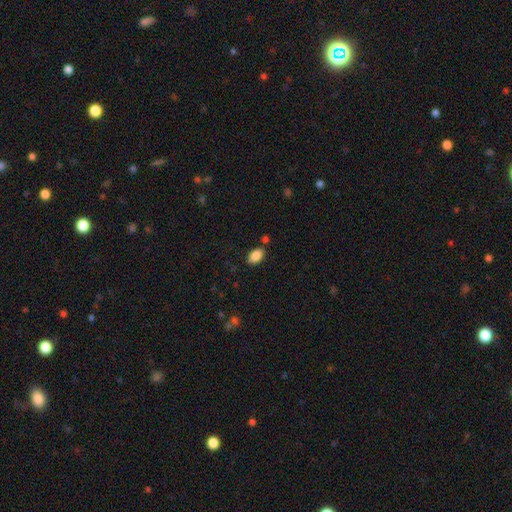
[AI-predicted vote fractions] Overall: smooth (87%). How rounded: in between (91%). Merging: none (83%).